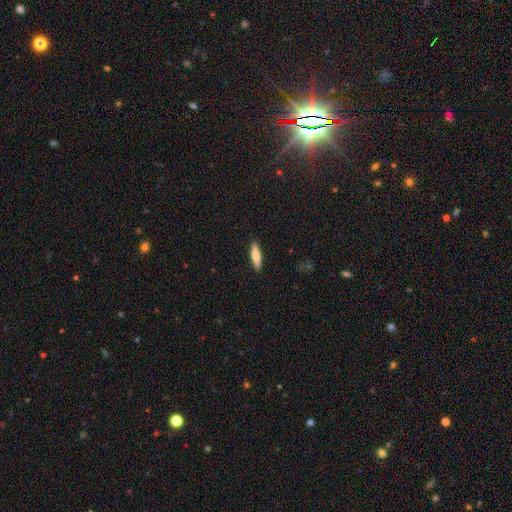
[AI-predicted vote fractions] Q: Smooth or featured?
A: smooth (76%); runner-up: featured or disk (19%)
Q: How rounded?
A: cigar-shaped (69%); runner-up: in between (29%)
Q: Merging?
A: none (90%); runner-up: minor disturbance (7%)